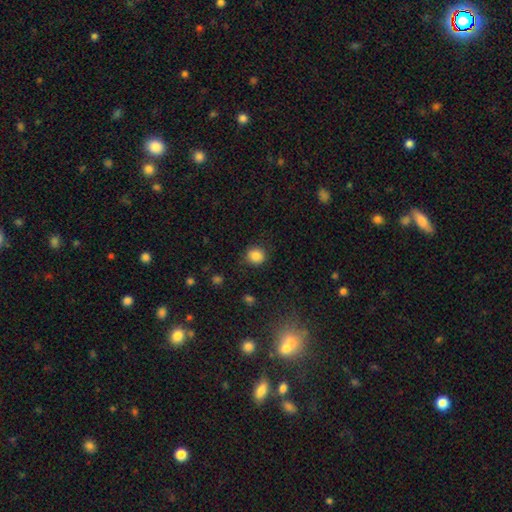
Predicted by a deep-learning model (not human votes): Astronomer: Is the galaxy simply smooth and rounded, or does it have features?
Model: smooth — 84%.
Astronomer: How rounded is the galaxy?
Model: round — 90%.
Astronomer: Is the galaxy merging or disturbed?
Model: none — 87%.